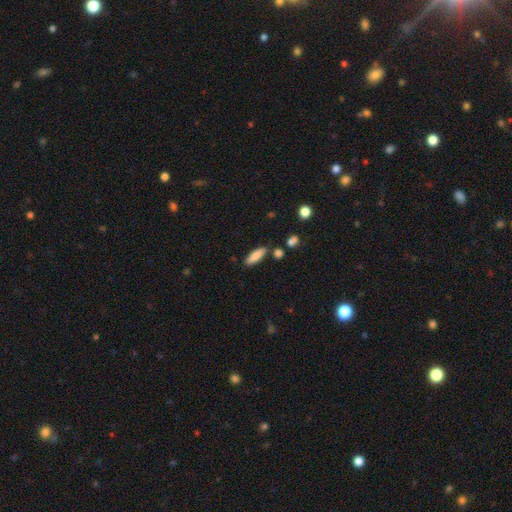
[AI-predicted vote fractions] A smooth galaxy with no disk features (83%) that is in between round and cigar-shaped (50%).

Vote fractions:
- Smooth or featured? smooth: 83% / featured or disk: 10% / star or artifact: 7%
- How rounded? in between: 50% / cigar-shaped: 48% / round: 2%
- Merging? none: 82% / minor disturbance: 11% / merger: 5% / major disturbance: 2%